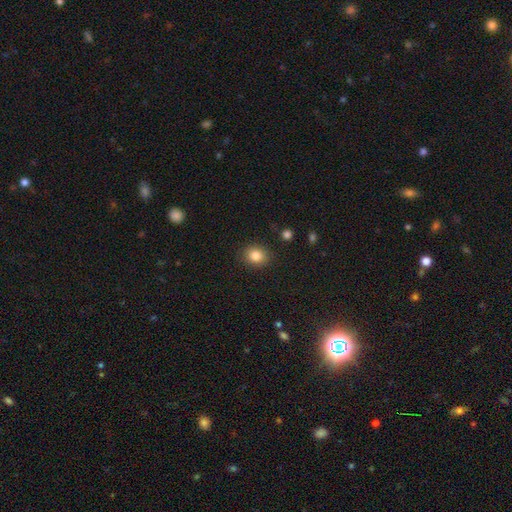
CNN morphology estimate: A smooth galaxy with no disk features (84%) that is round (65%). Merging: none (88%).